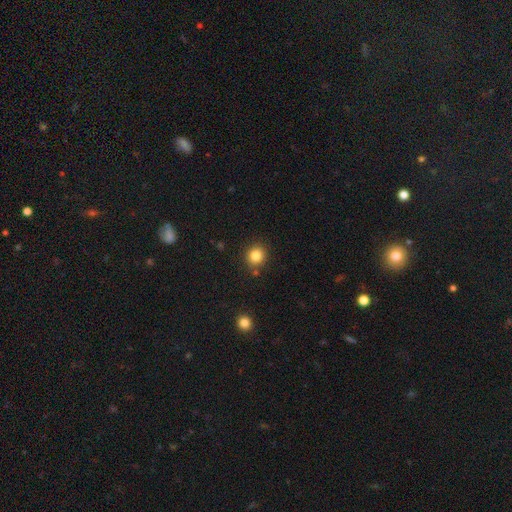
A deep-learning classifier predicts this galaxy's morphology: This appears to be a smooth galaxy with no disk features (84%) that is round (86%). Merging: none (86%).